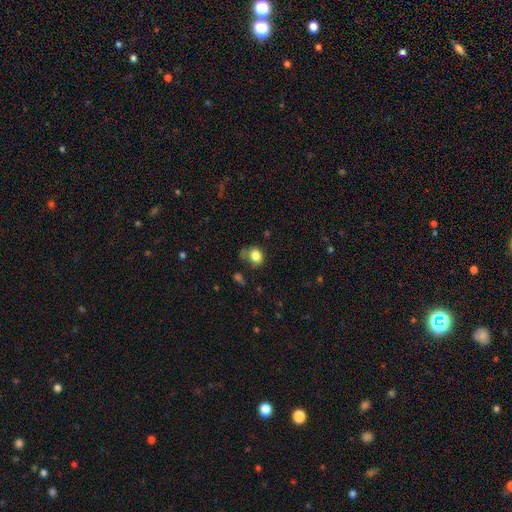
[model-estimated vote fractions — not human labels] smooth-or-featured: smooth: 81% | star or artifact: 10% | featured or disk: 9%
  how-rounded: round: 53% | in between: 46% | cigar-shaped: 1%
  merging: none: 52% | minor disturbance: 29% | major disturbance: 13% | merger: 6%